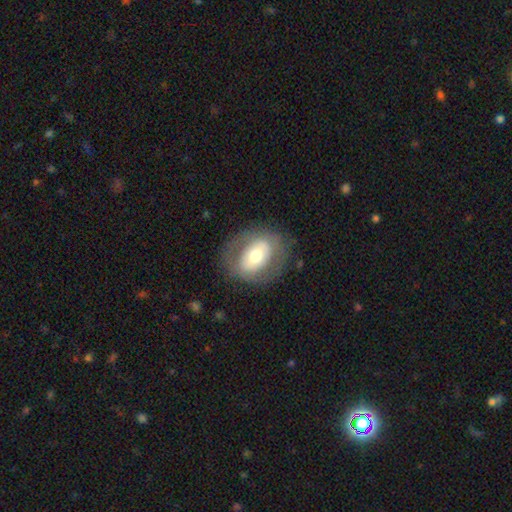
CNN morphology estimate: This is possibly a smooth galaxy (48%). Merging: likely none (75%).